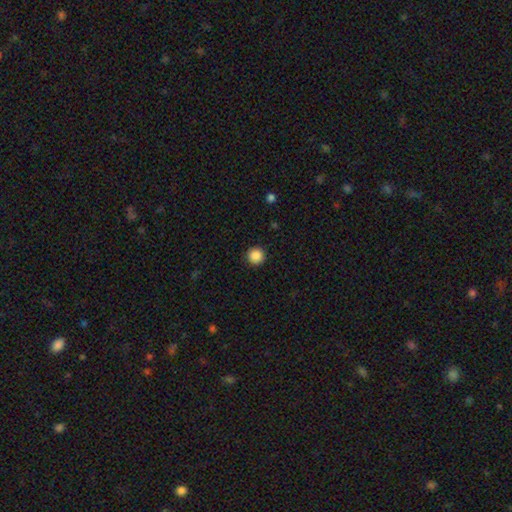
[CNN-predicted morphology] The model was most divided on "smooth or featured": smooth: 87%, star or artifact: 10%, featured or disk: 3%. More confident: how rounded — round (96%); merging — none (93%).